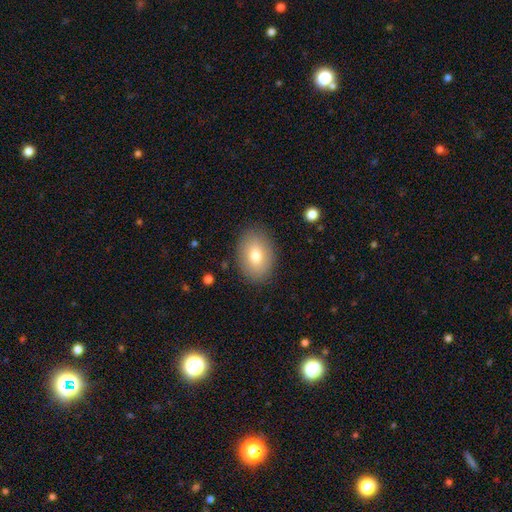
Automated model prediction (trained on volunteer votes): The model was most divided on "smooth or featured": smooth: 76%, featured or disk: 16%, star or artifact: 8%. More confident: merging — none (86%); how rounded — in between (82%).